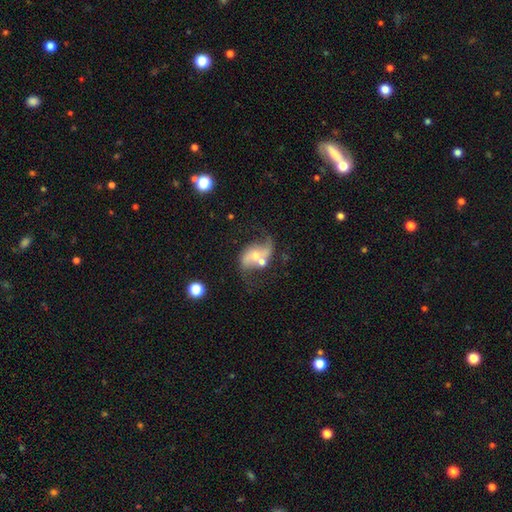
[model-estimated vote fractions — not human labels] Smooth or featured?
  - featured or disk: 81% *
  - smooth: 12%
  - star or artifact: 7%
Edge-on disk?
  - no: 97% *
  - yes: 3%
Bar?
  - no: 49% *
  - weak: 34%
  - strong: 17%
Spiral arms?
  - yes: 92% *
  - no: 8%
Spiral winding?
  - loose: 73% *
  - medium: 22%
  - tight: 5%
Spiral arm count?
  - 2: 90% *
  - 1: 4%
  - can't tell: 3%
  - 3: 1%
  - 4: 1%
  - more than 4: 1%
Bulge size?
  - moderate: 57% *
  - small: 33%
  - large: 6%
  - none: 3%
  - dominant: 2%
Merging?
  - none: 51% *
  - merger: 21%
  - minor disturbance: 16%
  - major disturbance: 12%